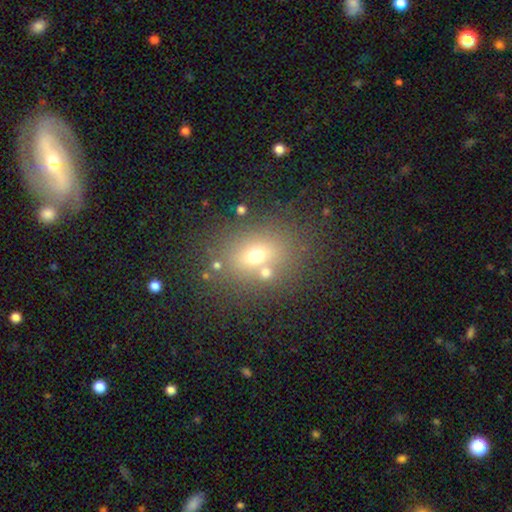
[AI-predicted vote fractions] Morphology: type=smooth (62%); roundness=in between (53%); merging=none (67%).